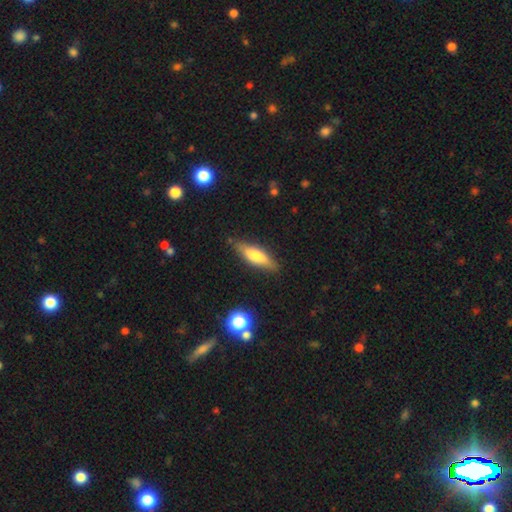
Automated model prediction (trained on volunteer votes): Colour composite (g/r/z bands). It shows a smooth galaxy with no disk features (63%) that is cigar-shaped (56%). Merging: none (83%).